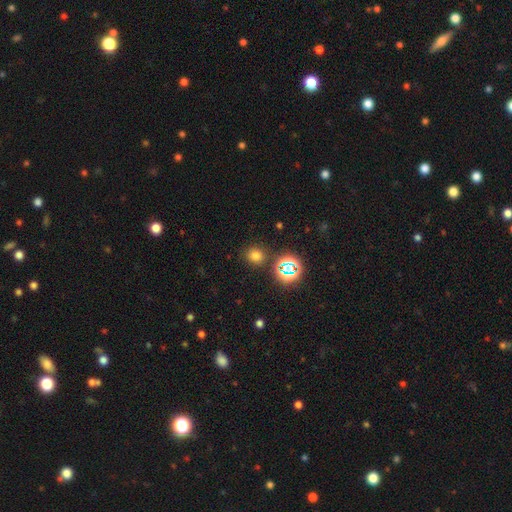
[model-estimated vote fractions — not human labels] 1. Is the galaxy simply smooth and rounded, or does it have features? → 69% smooth, 25% star or artifact, 6% featured or disk.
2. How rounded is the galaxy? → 82% round, 17% in between, 1% cigar-shaped.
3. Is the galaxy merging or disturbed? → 84% none, 8% minor disturbance, 4% merger, 3% major disturbance.